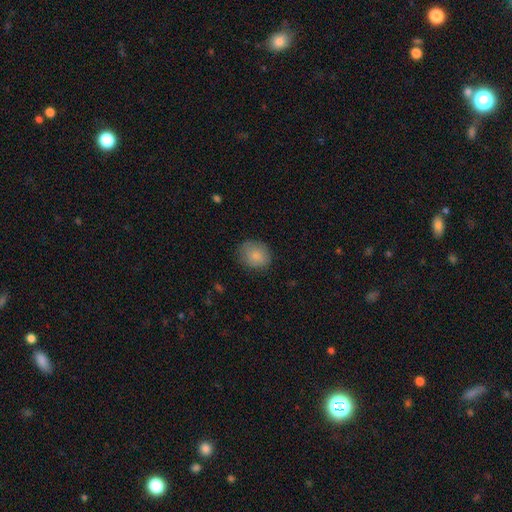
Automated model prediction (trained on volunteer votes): The model was most divided on "how rounded": round: 67%, in between: 32%, cigar-shaped: 1%. More confident: smooth or featured — smooth (83%); merging — none (79%).